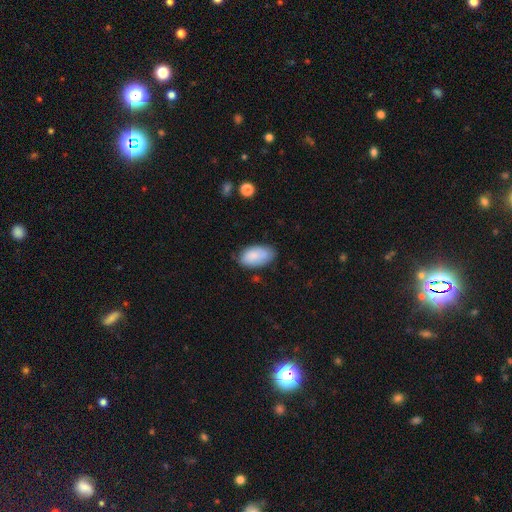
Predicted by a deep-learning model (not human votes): smooth 84%, featured or disk 10%, star or artifact 6%. Down the decision tree: how rounded — in between (95%); merging — none (71%).